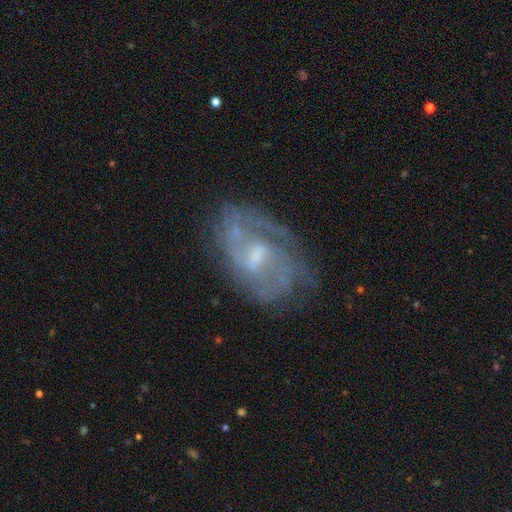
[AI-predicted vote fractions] This is likely a featured or disk galaxy (77%). It is clearly not viewed edge-on (96%). Bar: possibly weak (55%). Spiral arm pattern: clearly yes (83%). Spiral arm count: marginally can't tell (37%). Spiral winding: marginally medium (43%). Central bulge: marginally moderate (43%). Merging: likely none (63%).